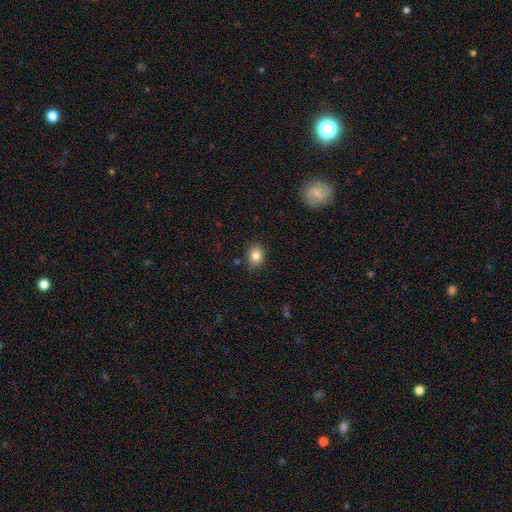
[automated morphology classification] Smooth or featured? smooth (83%)
How rounded? round (64%)
Merging? none (80%)